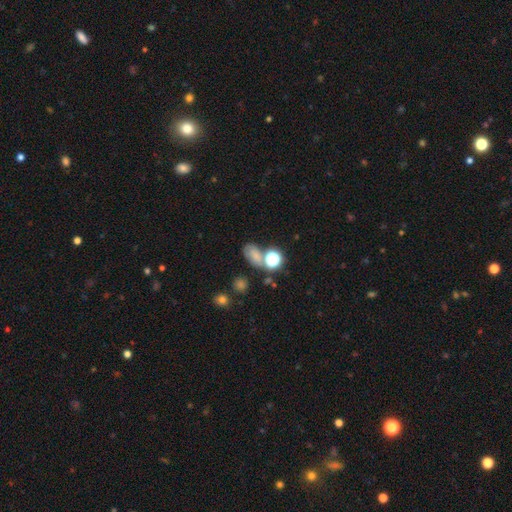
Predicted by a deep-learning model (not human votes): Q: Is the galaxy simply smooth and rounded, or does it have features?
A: smooth — 58%.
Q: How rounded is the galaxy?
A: in between — 69%.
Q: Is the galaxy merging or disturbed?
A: none — 48%.